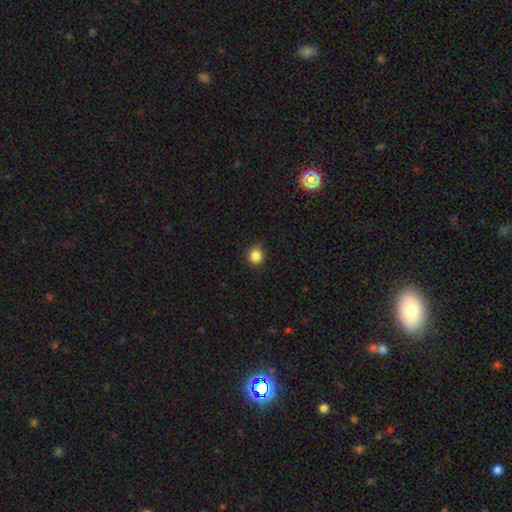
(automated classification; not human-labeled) A smooth galaxy with no disk features (85%) that is round (92%). Merging: none (90%).